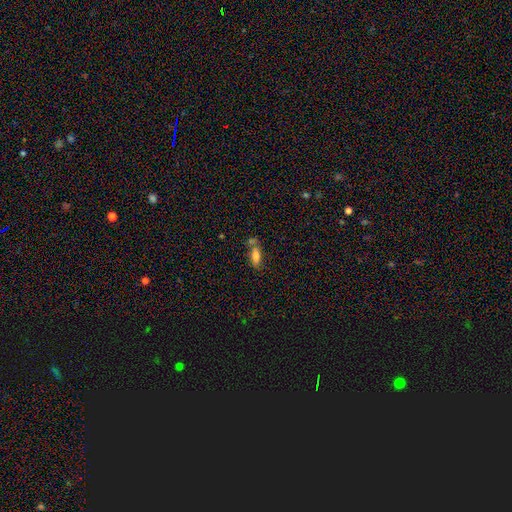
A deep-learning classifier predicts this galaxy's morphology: The model was most divided on "merging": none: 53%, merger: 26%, minor disturbance: 16%, major disturbance: 5%. More confident: smooth or featured — smooth (73%); how rounded — in between (71%).